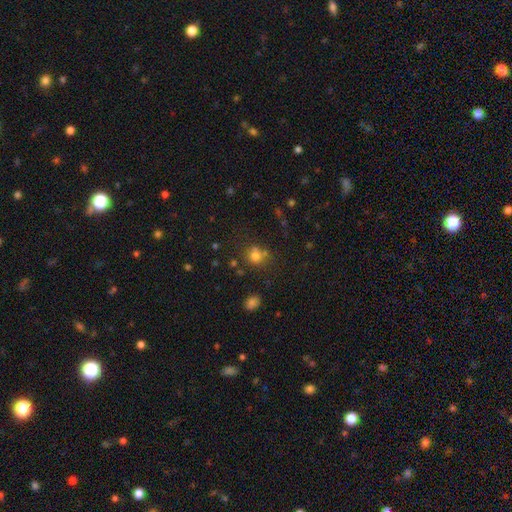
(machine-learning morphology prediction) A smooth galaxy with no disk features (72%) that is round (77%).

Vote fractions:
- Smooth or featured? smooth: 72% / star or artifact: 18% / featured or disk: 10%
- How rounded? round: 77% / in between: 22% / cigar-shaped: 1%
- Merging? none: 57% / merger: 24% / minor disturbance: 13% / major disturbance: 6%